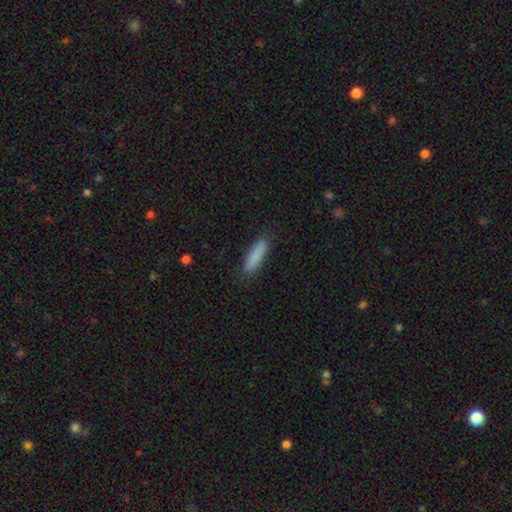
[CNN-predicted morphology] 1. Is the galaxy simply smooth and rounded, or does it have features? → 87% smooth, 7% featured or disk, 6% star or artifact.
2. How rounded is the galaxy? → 75% cigar-shaped, 24% in between, 1% round.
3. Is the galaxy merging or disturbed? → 88% none, 9% minor disturbance, 2% major disturbance, 1% merger.